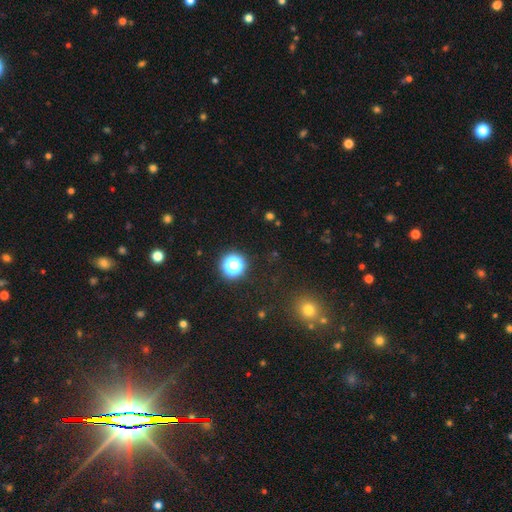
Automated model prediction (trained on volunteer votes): A star or artifact, not a galaxy (61%).